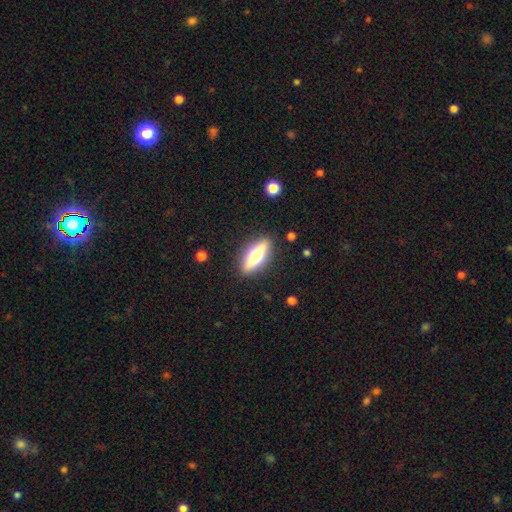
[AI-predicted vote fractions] This is possibly a smooth galaxy (49%). Merging: clearly none (88%).